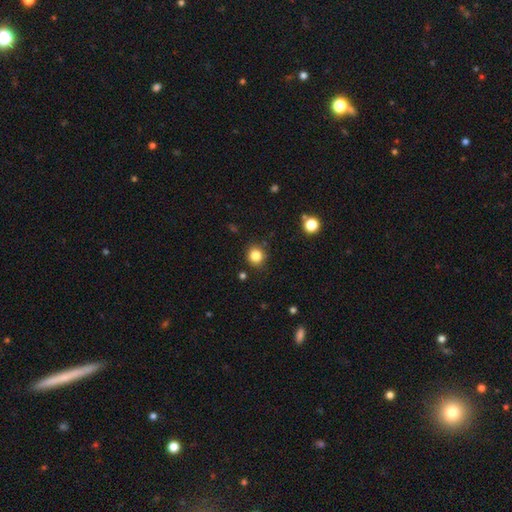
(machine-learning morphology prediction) Overall: smooth (83%). How rounded: round (88%). Merging: none (87%).